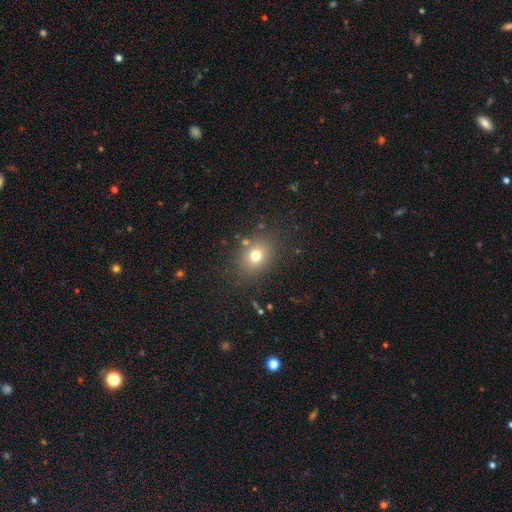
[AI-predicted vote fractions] Smooth or featured?
  - smooth: 73% *
  - star or artifact: 16%
  - featured or disk: 11%
How rounded?
  - round: 55% *
  - in between: 44%
  - cigar-shaped: 1%
Merging?
  - none: 82% *
  - minor disturbance: 10%
  - major disturbance: 4%
  - merger: 3%